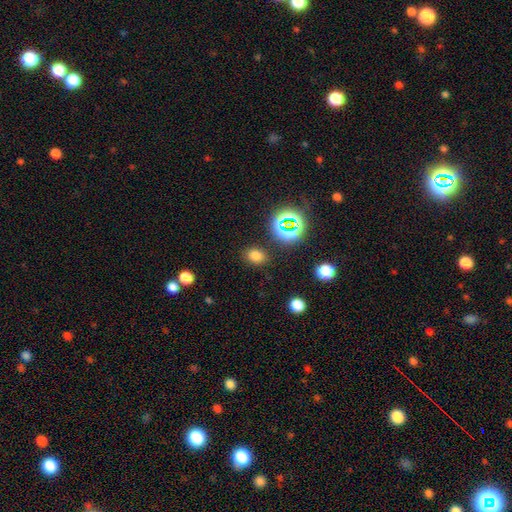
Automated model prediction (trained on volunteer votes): smooth_or_featured: smooth (p=0.73) [alt: star or artifact p=0.21]
how_rounded: in between (p=0.59) [alt: round p=0.39]
merging: none (p=0.84) [alt: minor disturbance p=0.09]